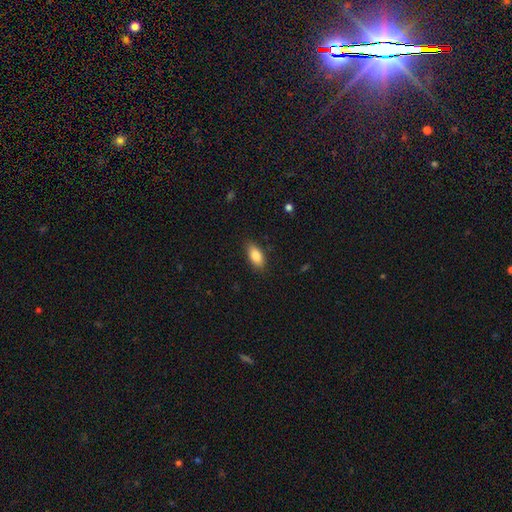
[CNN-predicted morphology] Smooth or featured? smooth (83%)
How rounded? in between (88%)
Merging? none (86%)